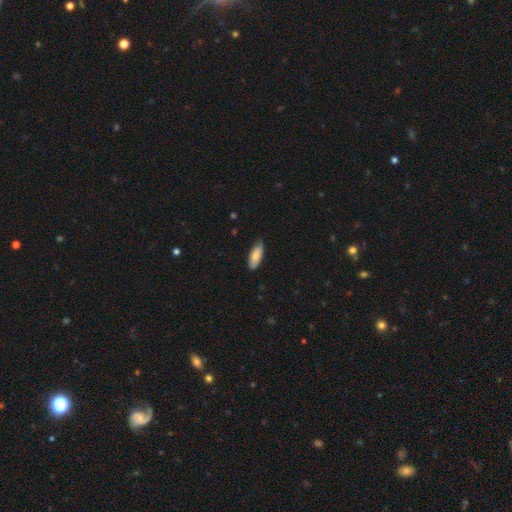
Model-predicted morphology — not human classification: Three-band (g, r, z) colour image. It shows a smooth galaxy with no disk features (82%) that is in between round and cigar-shaped (76%). Merging: none (72%).